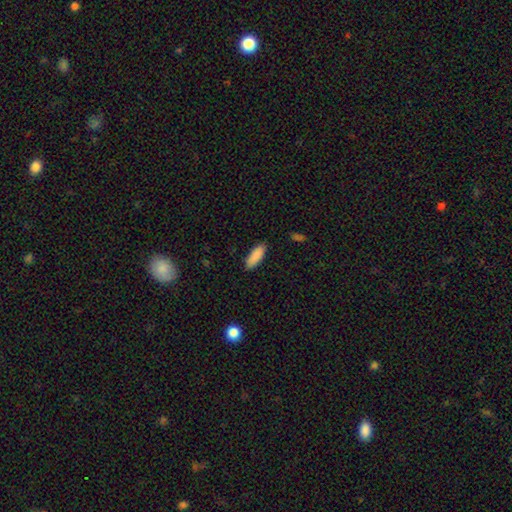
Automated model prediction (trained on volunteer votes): smooth-or-featured: smooth: 89% | star or artifact: 6% | featured or disk: 4%
  how-rounded: in between: 67% | cigar-shaped: 31% | round: 2%
  merging: none: 87% | minor disturbance: 10% | major disturbance: 2% | merger: 1%